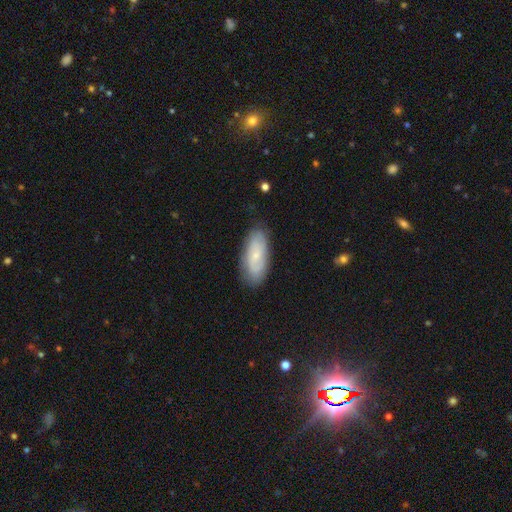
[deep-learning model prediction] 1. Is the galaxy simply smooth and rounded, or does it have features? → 52% featured or disk, 41% smooth, 7% star or artifact.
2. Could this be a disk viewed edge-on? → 89% no, 11% yes.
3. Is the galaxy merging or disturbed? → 81% none, 15% minor disturbance, 3% major disturbance, 1% merger.